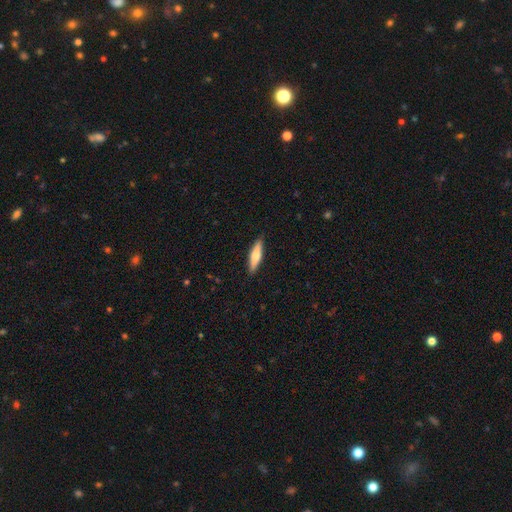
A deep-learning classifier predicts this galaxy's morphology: smooth-or-featured: smooth: 60% | featured or disk: 35% | star or artifact: 6%
  how-rounded: cigar-shaped: 69% | in between: 29% | round: 2%
  merging: none: 89% | minor disturbance: 8% | major disturbance: 2% | merger: 1%